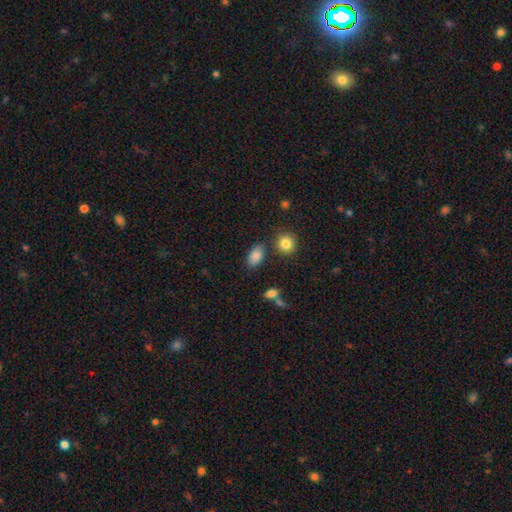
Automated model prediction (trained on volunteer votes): A smooth galaxy with no disk features (84%) that is in between round and cigar-shaped (88%). Merging: none (78%).